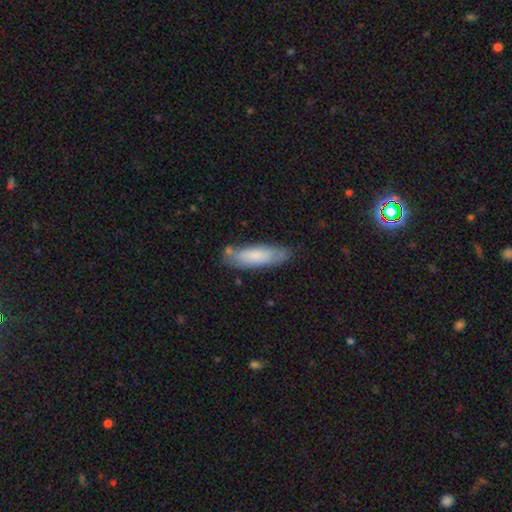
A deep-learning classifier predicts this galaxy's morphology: The model was most divided on "how rounded": cigar-shaped: 56%, in between: 42%, round: 1%. More confident: merging — none (74%); smooth or featured — smooth (74%).